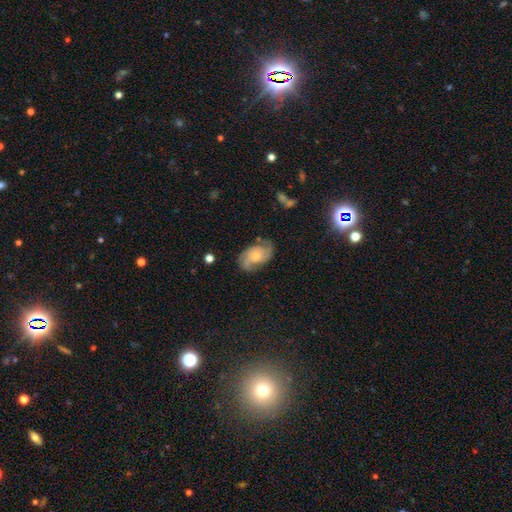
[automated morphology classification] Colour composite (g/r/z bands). It shows a featured or disk galaxy (72%) with no bar (69%), 2 (69%) medium (46%) spiral arms (93%) and a small central bulge (51%). Merging: none (67%).